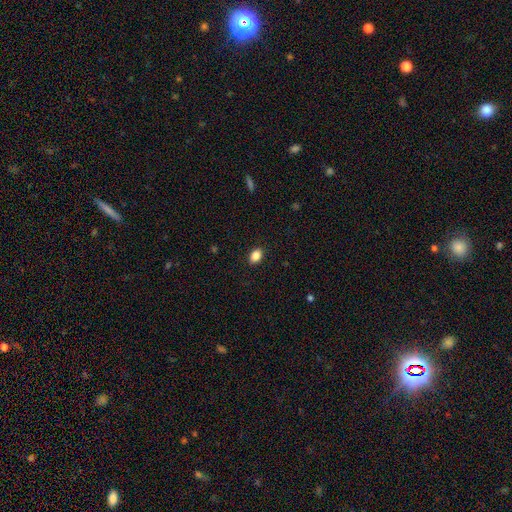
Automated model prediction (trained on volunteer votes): Smooth or featured? Predicted: smooth (p=0.87). How rounded? Predicted: in between (p=0.77). Merging? Predicted: none (p=0.90).